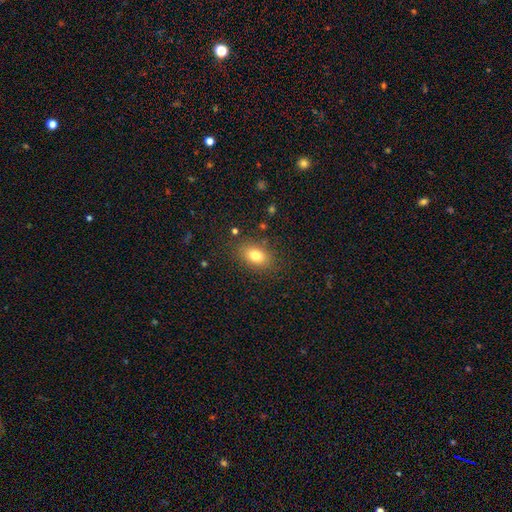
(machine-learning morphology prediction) This appears to be a smooth galaxy with no disk features (78%) that is in between round and cigar-shaped (78%). Merging: none (84%).